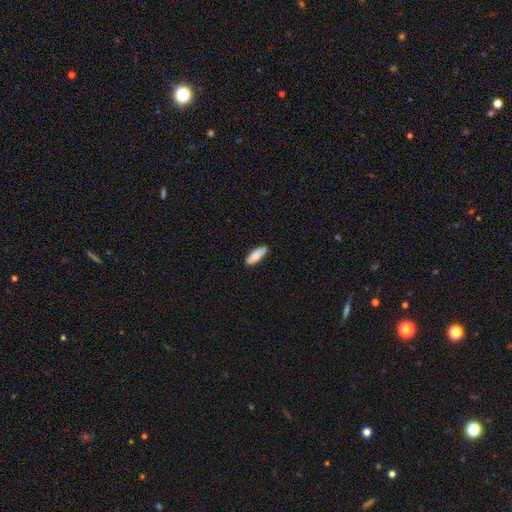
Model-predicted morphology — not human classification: The model was most divided on "how rounded": in between: 67%, cigar-shaped: 31%, round: 2%. More confident: merging — none (86%); smooth or featured — smooth (83%).